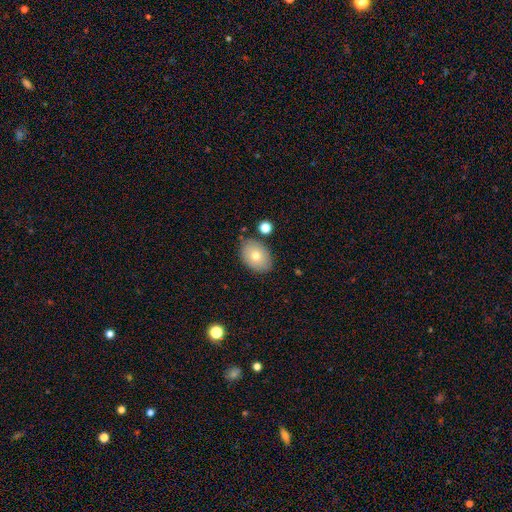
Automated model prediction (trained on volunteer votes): Q: Smooth or featured?
A: smooth (74%); runner-up: featured or disk (18%)
Q: How rounded?
A: in between (79%); runner-up: round (20%)
Q: Merging?
A: none (81%); runner-up: minor disturbance (12%)